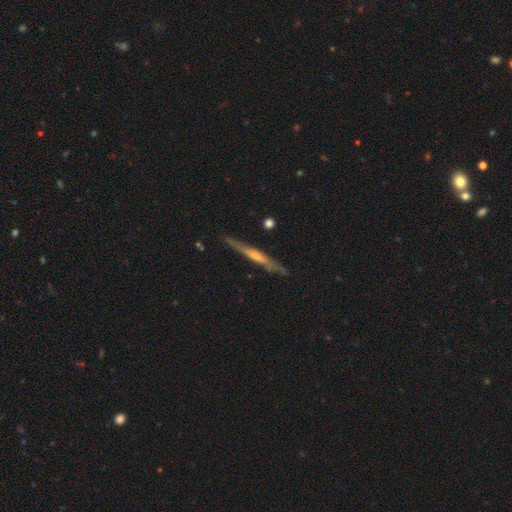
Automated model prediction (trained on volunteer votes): This appears to be a featured or disk galaxy (67%) viewed edge-on (95%) with a rounded central bulge (48%). Merging: none (86%).